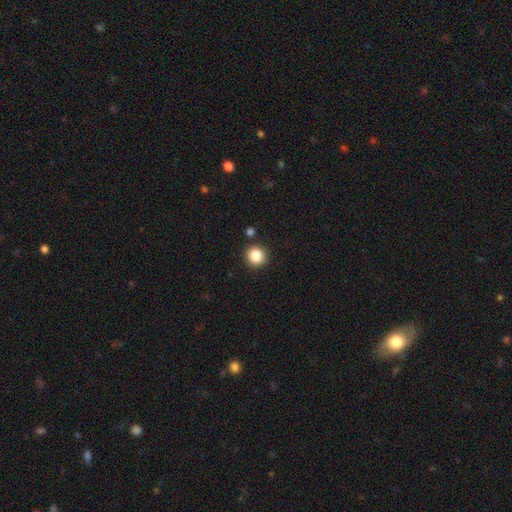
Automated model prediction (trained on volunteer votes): This appears to be a smooth galaxy with no disk features (86%) that is round (90%). Merging: none (87%).